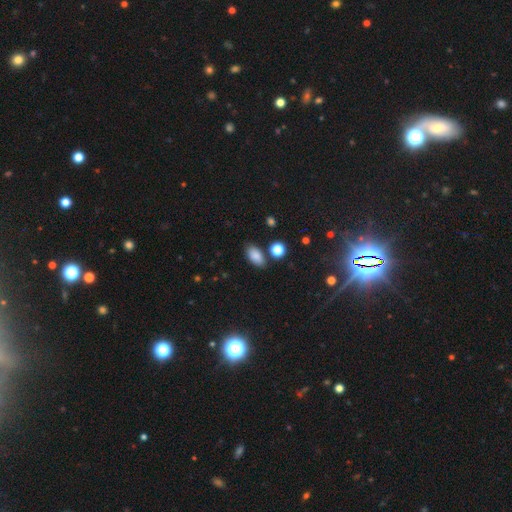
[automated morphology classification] smooth 85%, star or artifact 10%, featured or disk 5%. Down the decision tree: how rounded — in between (91%); merging — none (78%).